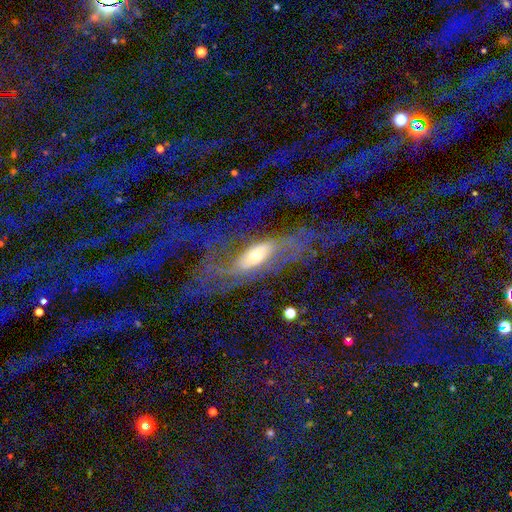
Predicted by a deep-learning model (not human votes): Smooth or featured: featured or disk — 78% (smooth — 14%)
Edge-on disk: no — 84% (yes — 16%)
Bar: no — 51% (weak — 28%)
Spiral arms: yes — 82% (no — 18%)
Spiral winding: medium — 36% (loose — 33%)
Spiral arm count: can't tell — 33% (tied with 2 — 33%)
Bulge size: small — 46% (moderate — 43%)
Merging: none — 46% (major disturbance — 34%)